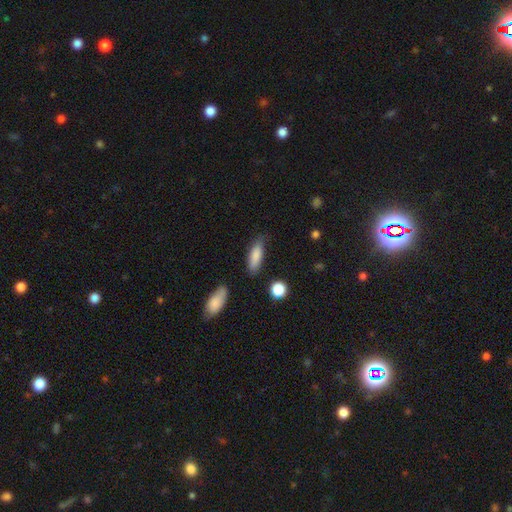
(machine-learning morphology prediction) Smooth or featured: smooth — 84% (featured or disk — 9%)
How rounded: in between — 58% (cigar-shaped — 39%)
Merging: none — 73% (minor disturbance — 20%)